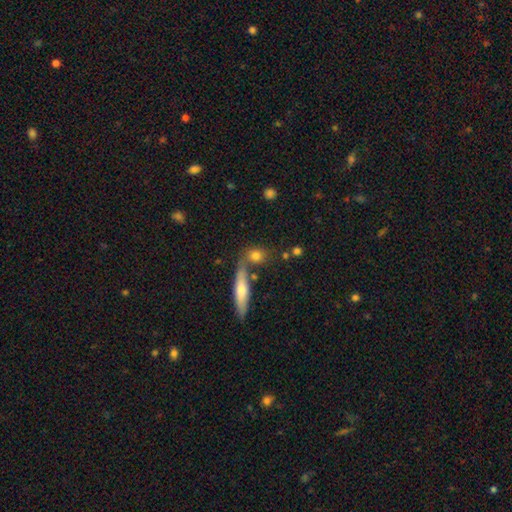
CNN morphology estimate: The model was most divided on "how rounded": round: 53%, in between: 34%, cigar-shaped: 14%. More confident: smooth or featured — smooth (76%); merging — none (62%).